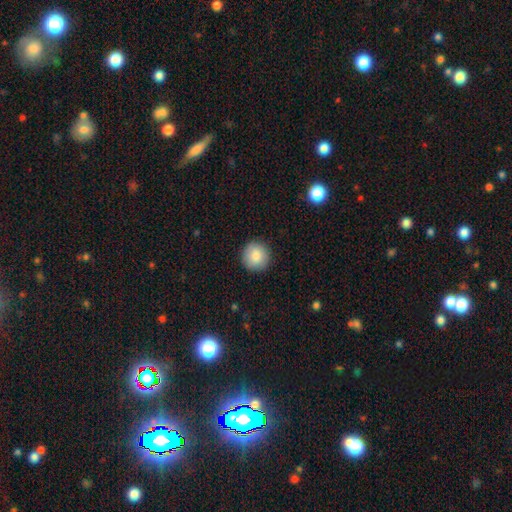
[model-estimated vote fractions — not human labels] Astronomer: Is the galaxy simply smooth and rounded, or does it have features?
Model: smooth — 86%.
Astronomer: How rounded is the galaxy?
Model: round — 94%.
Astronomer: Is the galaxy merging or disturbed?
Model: none — 91%.